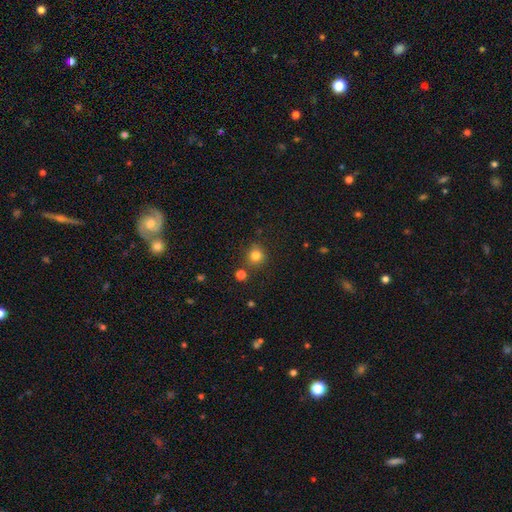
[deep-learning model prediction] A smooth galaxy with no disk features (80%) that is round (86%). Merging: none (79%).